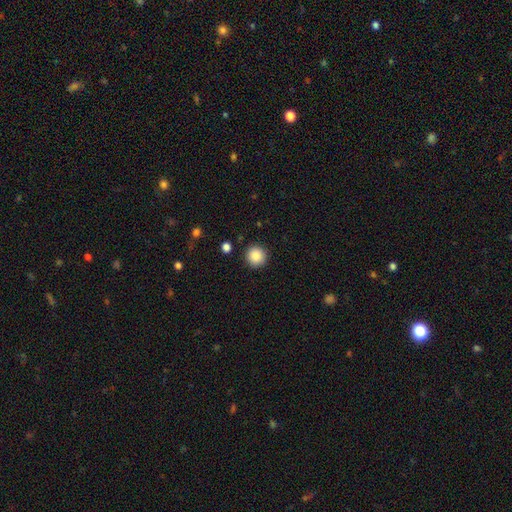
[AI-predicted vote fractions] Smooth or featured: smooth — 88% (star or artifact — 9%)
How rounded: round — 95% (in between — 4%)
Merging: none — 91% (minor disturbance — 6%)